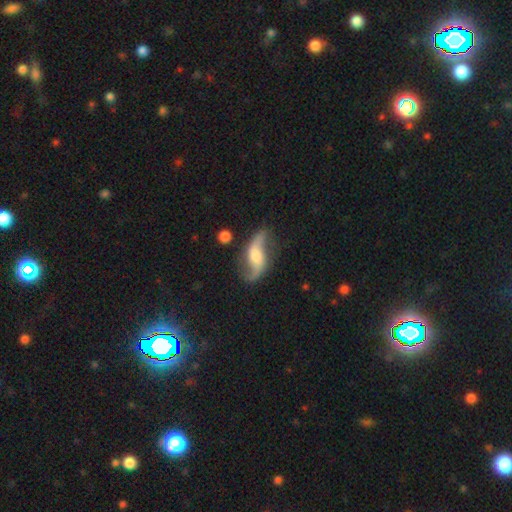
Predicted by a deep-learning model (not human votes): smooth_or_featured: featured or disk (p=0.83) [alt: smooth p=0.11]
disk_edge_on: no (p=0.93) [alt: yes p=0.07]
bar: no (p=0.44) [alt: weak p=0.38]
has_spiral_arms: yes (p=0.95) [alt: no p=0.05]
spiral_winding: loose (p=0.80) [alt: medium p=0.16]
spiral_arm_count: 2 (p=0.93) [alt: can't tell p=0.02]
bulge_size: moderate (p=0.46) [alt: small p=0.26]
merging: none (p=0.75) [alt: minor disturbance p=0.16]